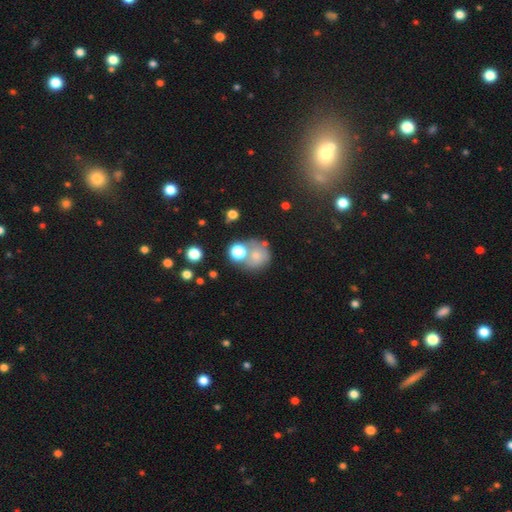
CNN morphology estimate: Q: Smooth or featured?
A: smooth (68%); runner-up: featured or disk (18%)
Q: How rounded?
A: round (82%); runner-up: in between (17%)
Q: Merging?
A: none (46%); runner-up: merger (29%)